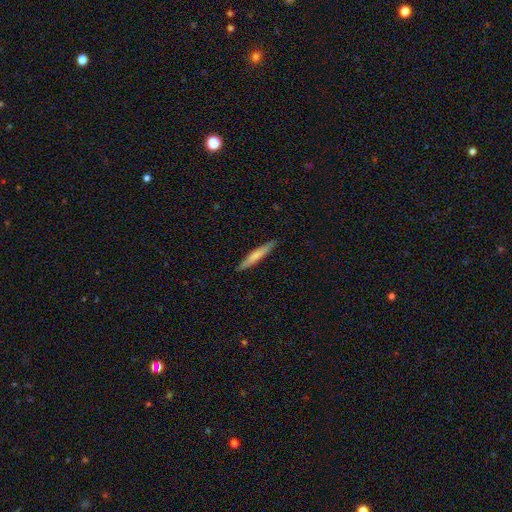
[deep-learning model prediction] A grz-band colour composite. It shows a smooth galaxy with no disk features (68%) that is cigar-shaped (94%). Merging: none (89%).